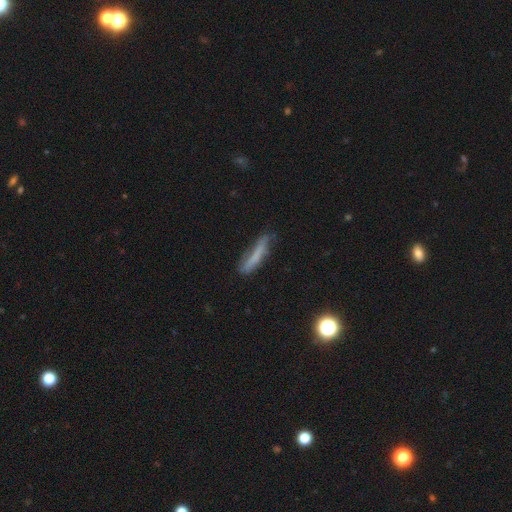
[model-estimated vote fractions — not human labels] Q: Smooth or featured?
A: smooth (61%); runner-up: featured or disk (29%)
Q: How rounded?
A: cigar-shaped (88%); runner-up: in between (11%)
Q: Merging?
A: none (57%); runner-up: minor disturbance (29%)